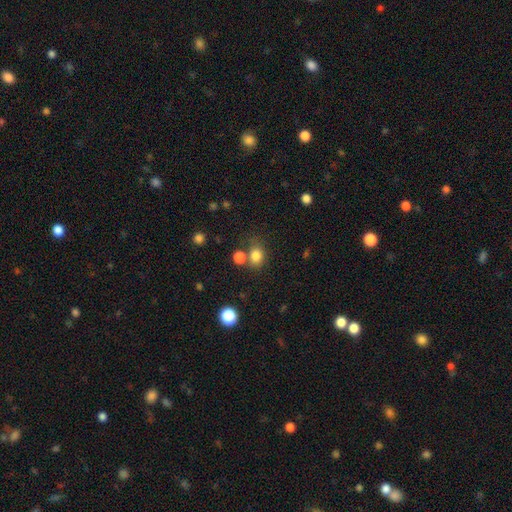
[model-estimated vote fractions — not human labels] smooth-or-featured: smooth: 80% | star or artifact: 13% | featured or disk: 7%
  how-rounded: round: 57% | in between: 42% | cigar-shaped: 1%
  merging: none: 61% | merger: 19% | minor disturbance: 14% | major disturbance: 6%